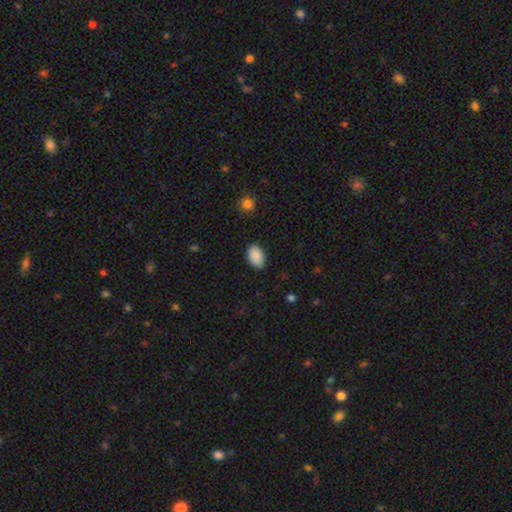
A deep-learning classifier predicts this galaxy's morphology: Smooth or featured? smooth (90%)
How rounded? in between (89%)
Merging? none (85%)